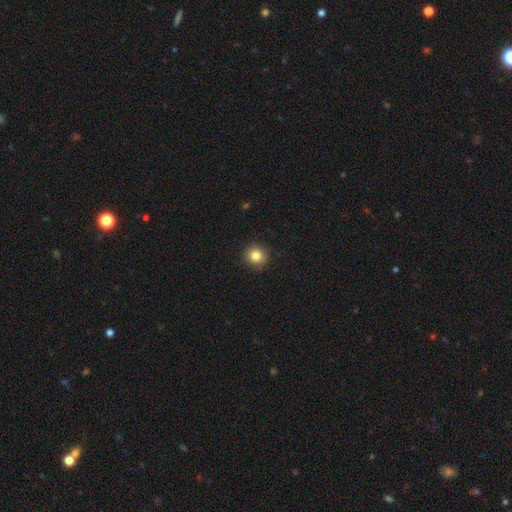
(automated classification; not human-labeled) Q: Smooth or featured?
A: smooth (83%); runner-up: star or artifact (11%)
Q: How rounded?
A: round (91%); runner-up: in between (8%)
Q: Merging?
A: none (91%); runner-up: minor disturbance (6%)